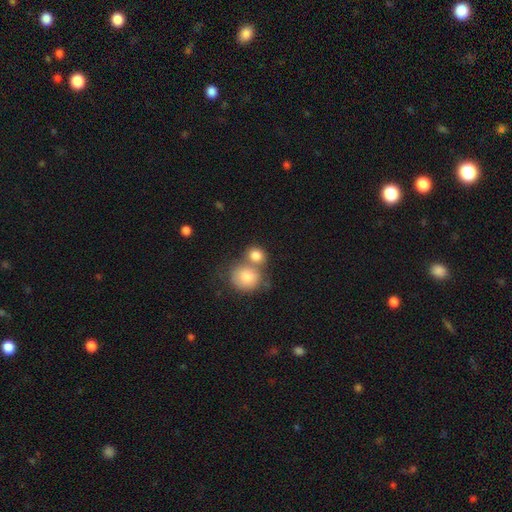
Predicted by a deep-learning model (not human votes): A smooth galaxy with no disk features (82%) that is round (72%). Merging: merger (49%).